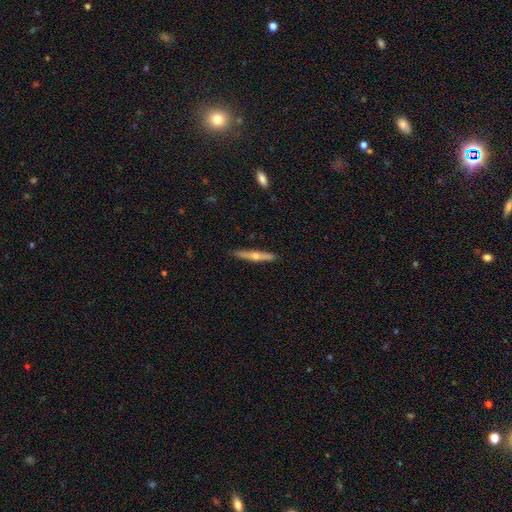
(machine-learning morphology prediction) This appears to be a featured or disk galaxy (67%) viewed edge-on (96%) with a rounded central bulge (88%). Merging: none (89%).